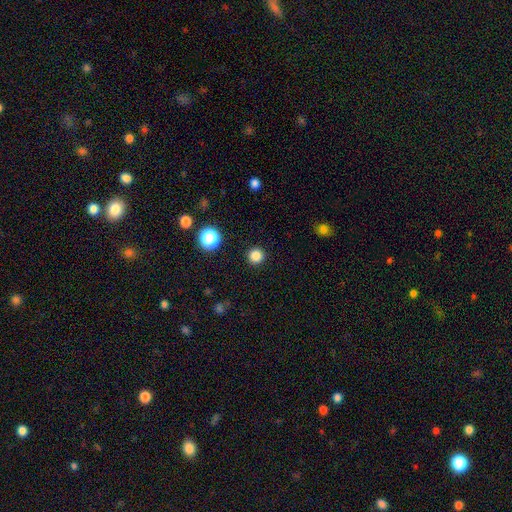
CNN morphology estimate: A smooth galaxy with no disk features (84%) that is round (96%). Merging: none (93%).